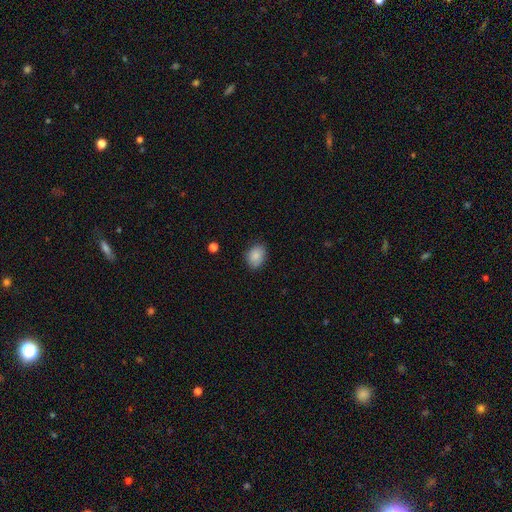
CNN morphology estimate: smooth-or-featured: smooth: 87% | star or artifact: 8% | featured or disk: 5%
  how-rounded: in between: 68% | round: 31% | cigar-shaped: 1%
  merging: none: 81% | minor disturbance: 15% | major disturbance: 3% | merger: 1%